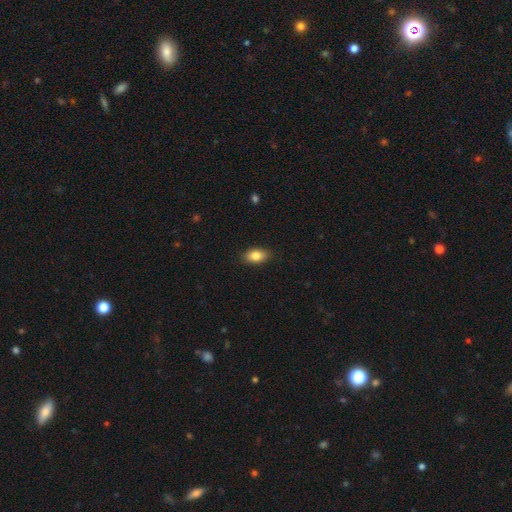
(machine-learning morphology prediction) type=smooth (84%); roundness=in between (88%); merging=none (87%).